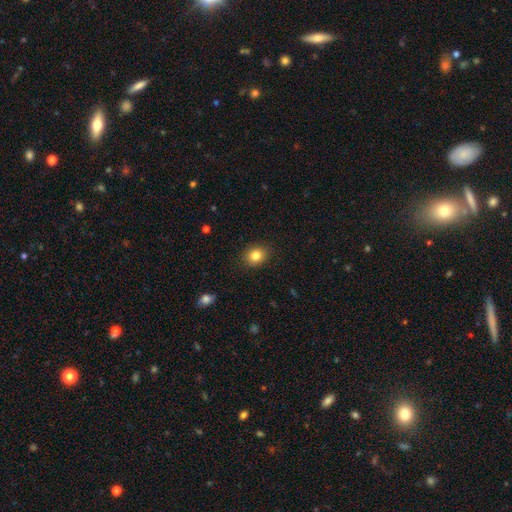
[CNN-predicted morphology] The model was most divided on "how rounded": round: 60%, in between: 39%, cigar-shaped: 1%. More confident: merging — none (89%); smooth or featured — smooth (83%).